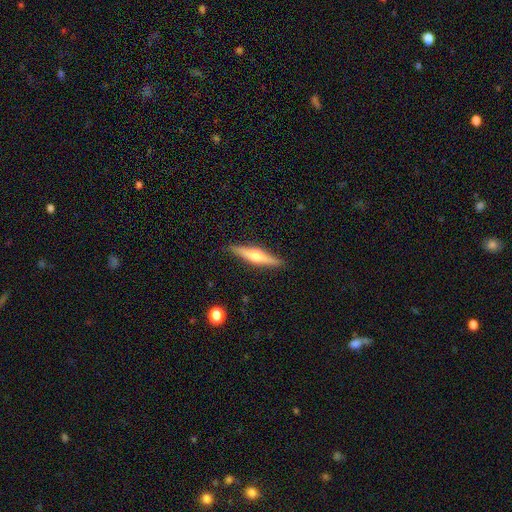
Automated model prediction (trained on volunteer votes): Smooth or featured? Predicted: featured or disk (p=0.65). Edge-on disk? Predicted: yes (p=0.97). Edge-on bulge? Predicted: rounded (p=0.87). Merging? Predicted: none (p=0.90).